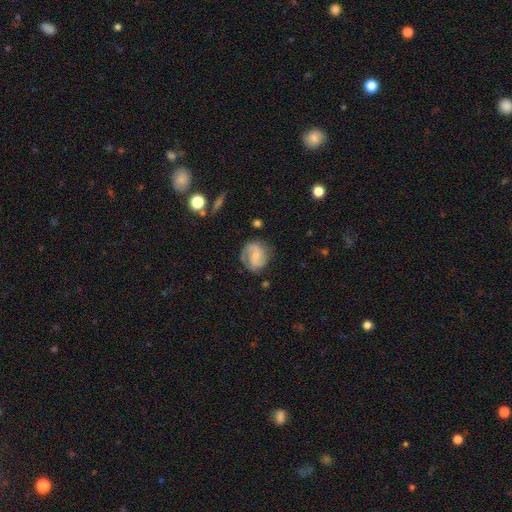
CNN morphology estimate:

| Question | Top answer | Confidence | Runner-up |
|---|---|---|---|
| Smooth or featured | featured or disk | 63% | smooth (31%) |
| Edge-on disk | no | 97% | yes (3%) |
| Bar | no | 53% | weak (37%) |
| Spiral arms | yes | 87% | no (13%) |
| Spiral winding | medium | 44% | tight (35%) |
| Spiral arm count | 2 | 63% | can't tell (17%) |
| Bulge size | small | 60% | moderate (26%) |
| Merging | none | 64% | minor disturbance (22%) |